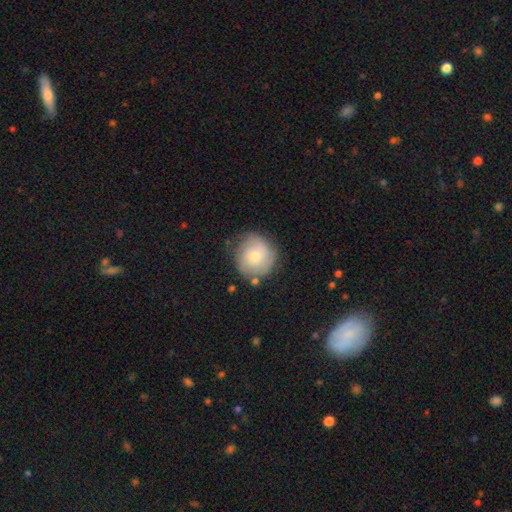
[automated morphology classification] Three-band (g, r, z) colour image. It shows a smooth galaxy with no disk features (48%). Merging: none (72%).